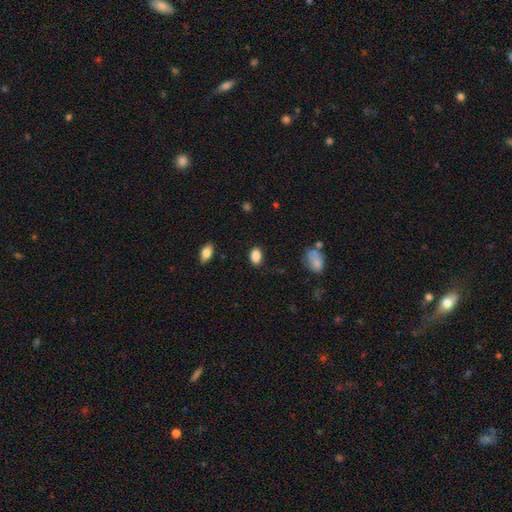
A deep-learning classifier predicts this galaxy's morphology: A smooth galaxy with no disk features (87%) that is in between round and cigar-shaped (84%).

Vote fractions:
- Smooth or featured? smooth: 87% / star or artifact: 8% / featured or disk: 4%
- How rounded? in between: 84% / round: 14% / cigar-shaped: 2%
- Merging? none: 82% / minor disturbance: 13% / major disturbance: 3% / merger: 2%